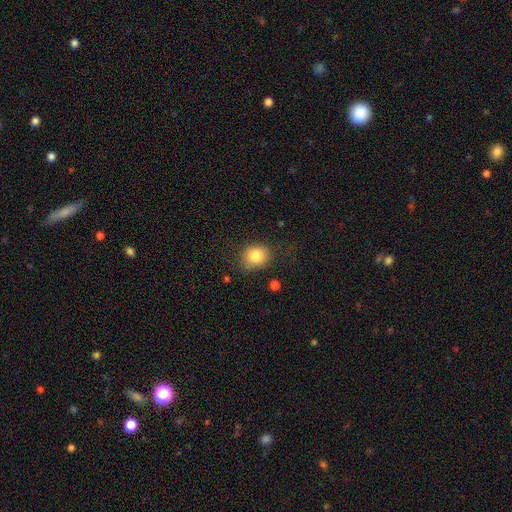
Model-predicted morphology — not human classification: Smooth or featured?
  - smooth: 82% *
  - star or artifact: 10%
  - featured or disk: 8%
How rounded?
  - round: 64% *
  - in between: 35%
  - cigar-shaped: 1%
Merging?
  - none: 76% *
  - minor disturbance: 17%
  - major disturbance: 6%
  - merger: 2%